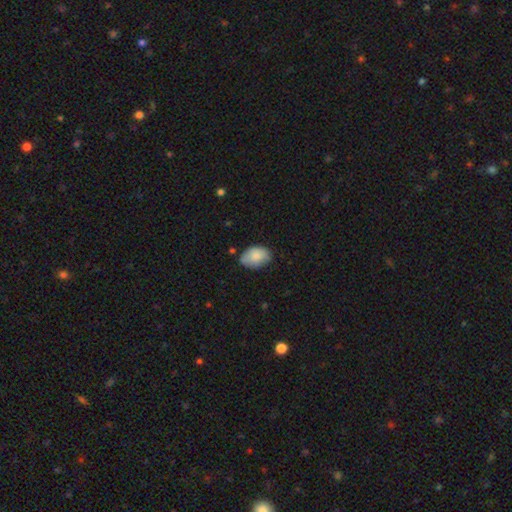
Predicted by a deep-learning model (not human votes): smooth-or-featured: smooth: 82% | featured or disk: 11% | star or artifact: 6%
  how-rounded: in between: 88% | round: 11% | cigar-shaped: 1%
  merging: none: 71% | minor disturbance: 24% | major disturbance: 4% | merger: 2%